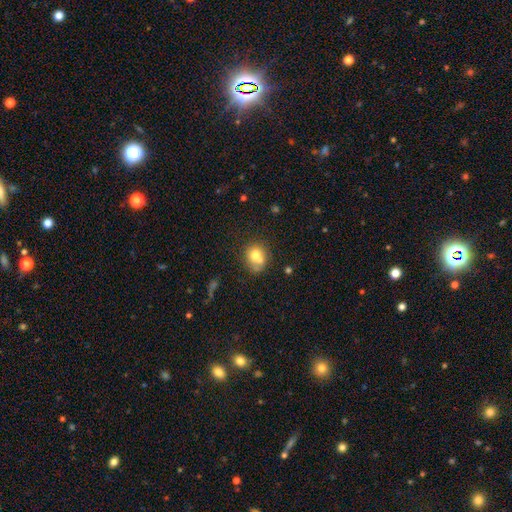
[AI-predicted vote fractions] smooth 70%, featured or disk 20%, star or artifact 10%. Down the decision tree: how rounded — round (64%); merging — none (39%).